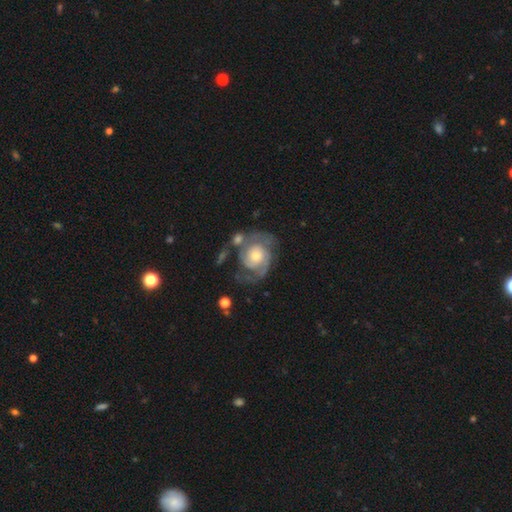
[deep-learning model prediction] Overall: featured or disk (85%). Edge-on disk: no (98%). Bar: no (75%). Spiral arms: yes (94%). Spiral arm count: 2 (70%). Spiral winding: tight (54%; medium 36%). Bulge size: moderate (55%; small 30%). Merging: none (55%; minor disturbance 19%).